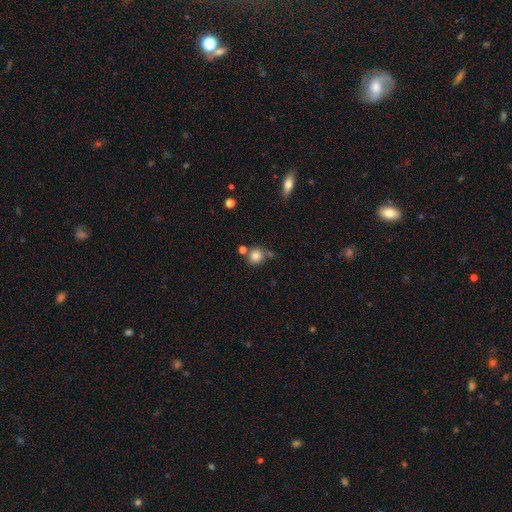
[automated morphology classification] smooth 82%, star or artifact 11%, featured or disk 7%. Down the decision tree: how rounded — round (88%); merging — none (68%).